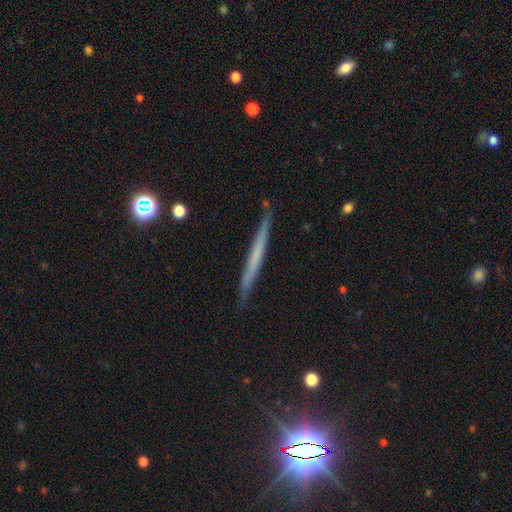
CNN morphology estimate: Smooth or featured?
  - featured or disk: 48% *
  - smooth: 44%
  - star or artifact: 8%
Merging?
  - none: 89% *
  - minor disturbance: 9%
  - major disturbance: 2%
  - merger: 1%